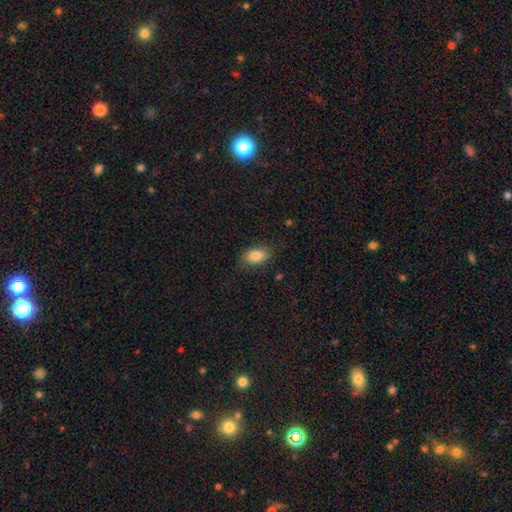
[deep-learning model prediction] The model was most divided on "merging": none: 75%, minor disturbance: 18%, major disturbance: 6%, merger: 1%. More confident: how rounded — in between (90%); smooth or featured — smooth (84%).